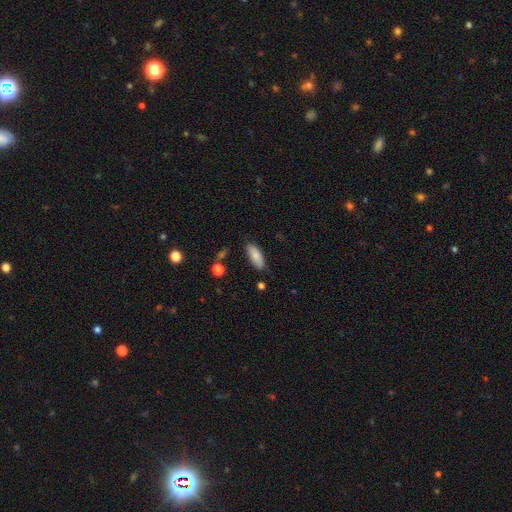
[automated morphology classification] smooth 84%, featured or disk 9%, star or artifact 7%. Down the decision tree: how rounded — in between (79%); merging — none (81%).